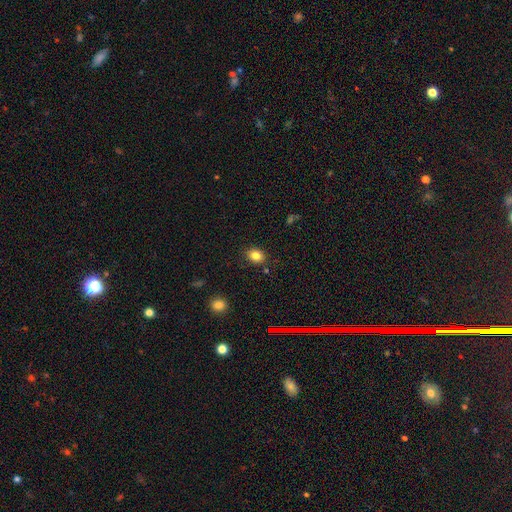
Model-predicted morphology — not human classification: type=smooth (82%); roundness=in between (51%); merging=none (87%).